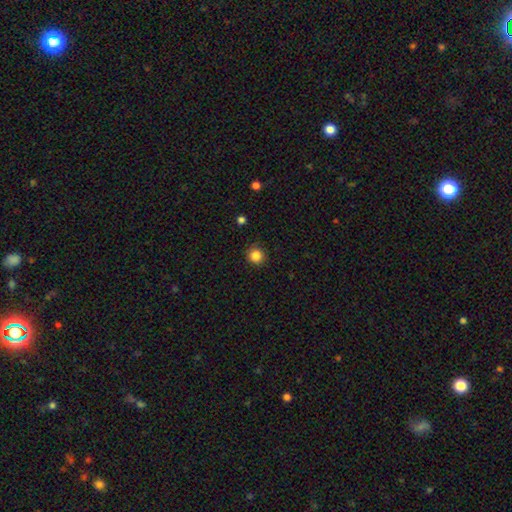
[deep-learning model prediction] Smooth or featured? Predicted: smooth (p=0.85). How rounded? Predicted: round (p=0.94). Merging? Predicted: none (p=0.90).